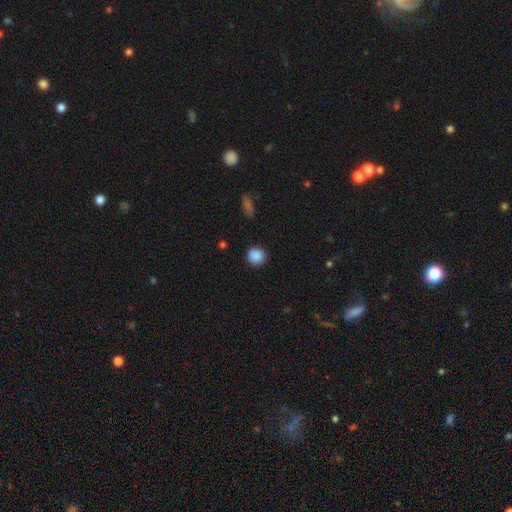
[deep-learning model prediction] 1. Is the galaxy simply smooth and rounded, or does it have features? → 88% smooth, 9% star or artifact, 3% featured or disk.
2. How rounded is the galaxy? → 89% round, 10% in between, 1% cigar-shaped.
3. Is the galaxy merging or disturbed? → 90% none, 7% minor disturbance, 2% major disturbance, 1% merger.